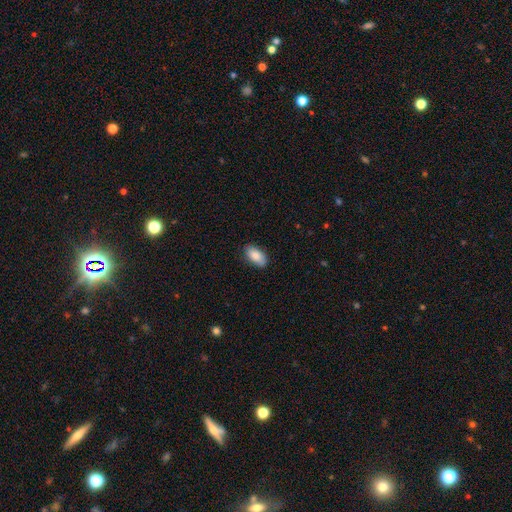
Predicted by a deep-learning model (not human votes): This is clearly a smooth galaxy (87%). How rounded: clearly in between (93%). Merging: clearly none (83%).